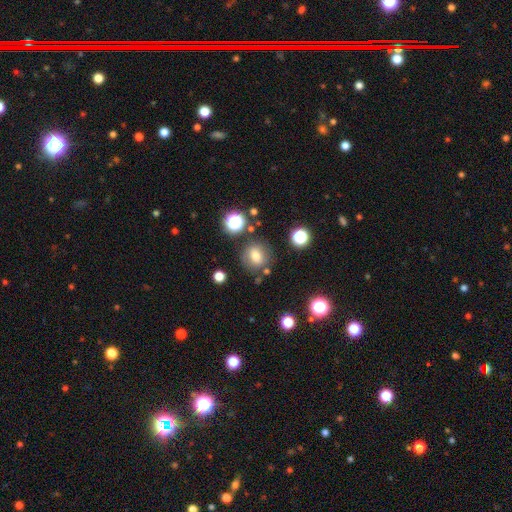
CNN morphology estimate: smooth 72%, star or artifact 15%, featured or disk 13%. Down the decision tree: how rounded — round (75%); merging — none (78%).